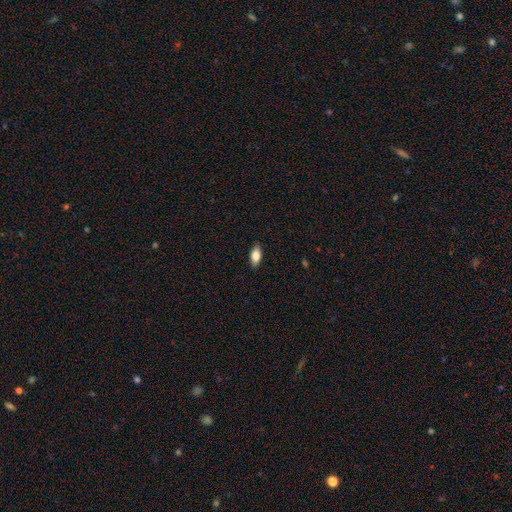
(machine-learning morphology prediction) Q: Smooth or featured?
A: smooth (77%); runner-up: featured or disk (16%)
Q: How rounded?
A: in between (86%); runner-up: cigar-shaped (11%)
Q: Merging?
A: none (88%); runner-up: minor disturbance (9%)